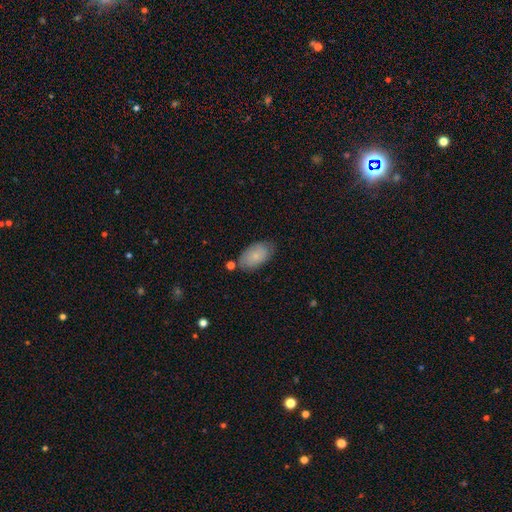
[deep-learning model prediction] A smooth galaxy with no disk features (76%) that is in between round and cigar-shaped (94%).

Vote fractions:
- Smooth or featured? smooth: 76% / featured or disk: 17% / star or artifact: 7%
- How rounded? in between: 94% / round: 4% / cigar-shaped: 2%
- Merging? none: 72% / minor disturbance: 19% / merger: 5% / major disturbance: 4%